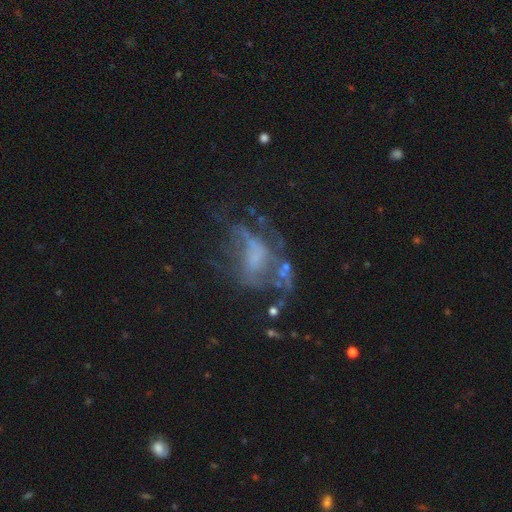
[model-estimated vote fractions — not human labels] This is likely a featured or disk galaxy (66%). It is clearly not viewed edge-on (96%). Bar: likely no (65%). Spiral arm pattern: possibly no (56%). Central bulge: possibly none (50%). Merging: marginally major disturbance (40%).